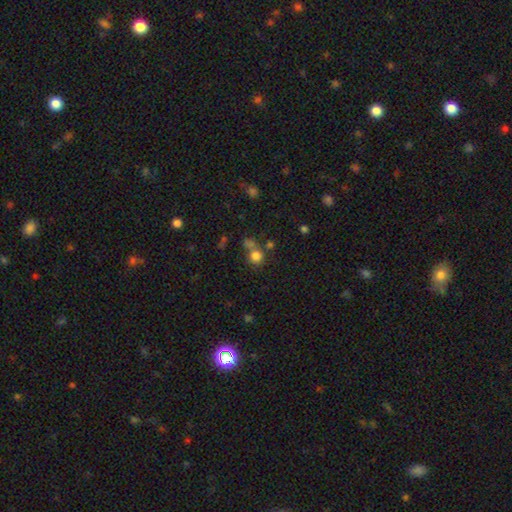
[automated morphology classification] Q: Smooth or featured?
A: smooth (77%); runner-up: star or artifact (15%)
Q: How rounded?
A: round (88%); runner-up: in between (11%)
Q: Merging?
A: none (57%); runner-up: merger (27%)